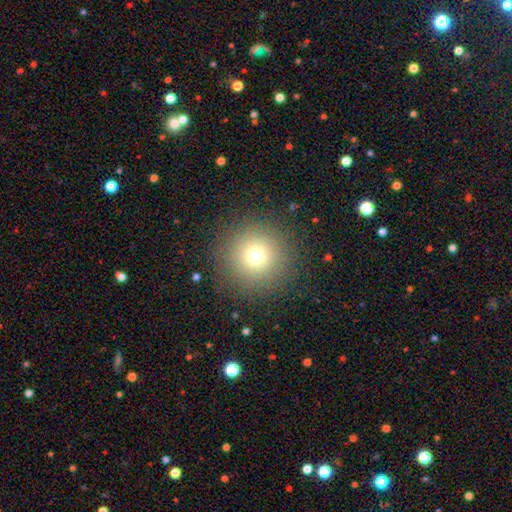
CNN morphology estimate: type=smooth (72%); roundness=round (96%); merging=none (90%).